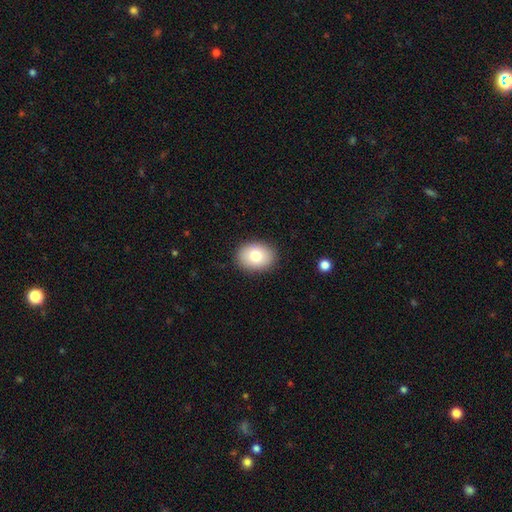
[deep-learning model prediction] Smooth or featured? smooth (79%)
How rounded? in between (64%)
Merging? none (89%)